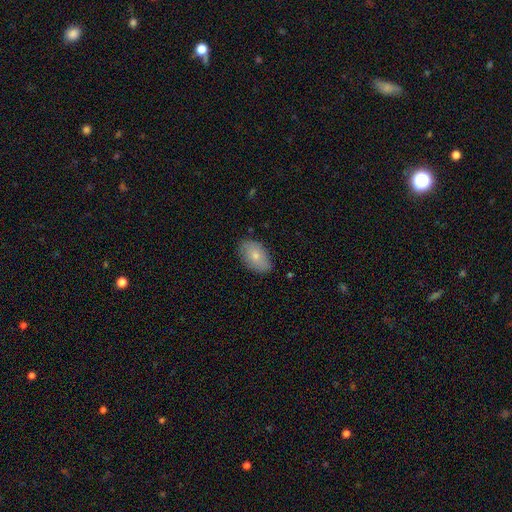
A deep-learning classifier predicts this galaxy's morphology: This is likely a smooth galaxy (75%). How rounded: clearly in between (91%). Merging: clearly none (82%).